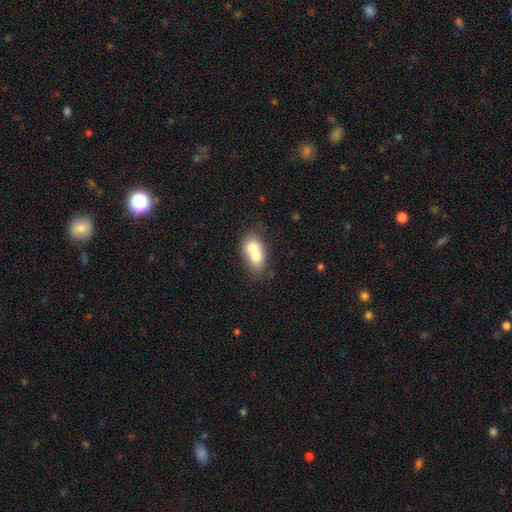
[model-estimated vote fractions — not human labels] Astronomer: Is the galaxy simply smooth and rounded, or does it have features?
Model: smooth — 65%.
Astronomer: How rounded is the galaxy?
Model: in between — 65%.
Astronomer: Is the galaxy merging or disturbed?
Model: merger — 71%.